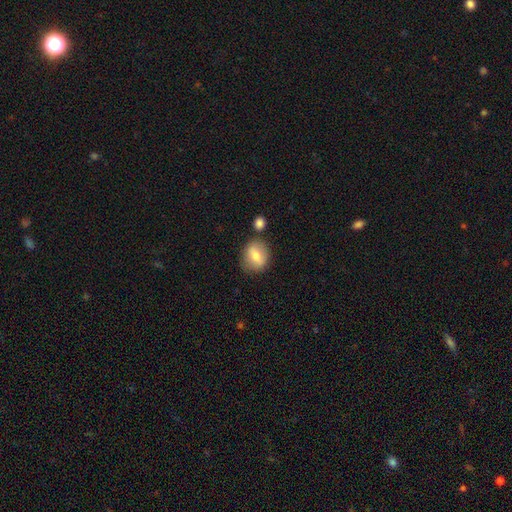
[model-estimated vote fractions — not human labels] Smooth or featured?
  - smooth: 65% *
  - featured or disk: 28%
  - star or artifact: 8%
How rounded?
  - round: 59% *
  - in between: 39%
  - cigar-shaped: 2%
Merging?
  - none: 76% *
  - minor disturbance: 13%
  - merger: 8%
  - major disturbance: 4%